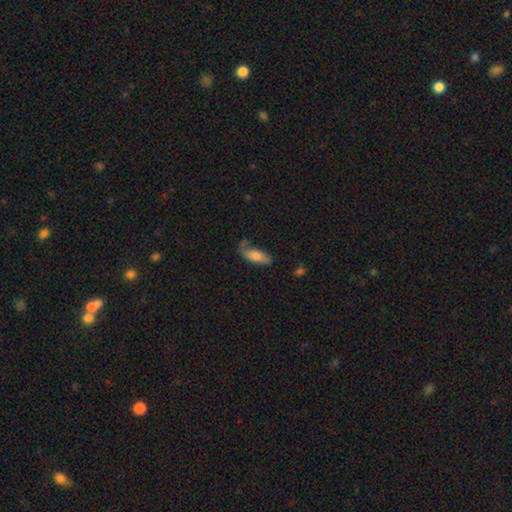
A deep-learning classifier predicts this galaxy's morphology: type=smooth (73%); roundness=in between (73%); merging=none (56%).